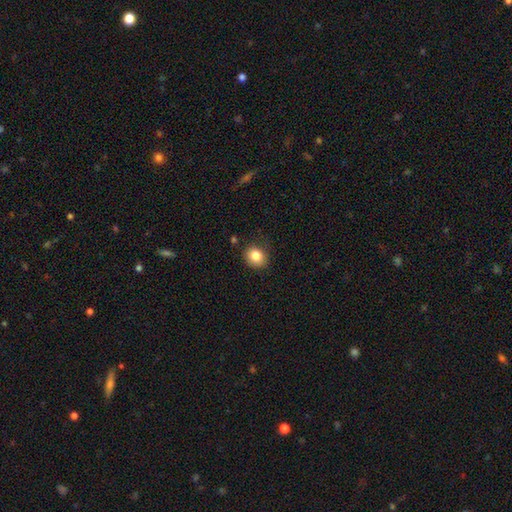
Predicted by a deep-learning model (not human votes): Smooth or featured?
  - smooth: 84% *
  - star or artifact: 10%
  - featured or disk: 6%
How rounded?
  - round: 69% *
  - in between: 30%
  - cigar-shaped: 1%
Merging?
  - none: 82% *
  - minor disturbance: 13%
  - major disturbance: 3%
  - merger: 2%